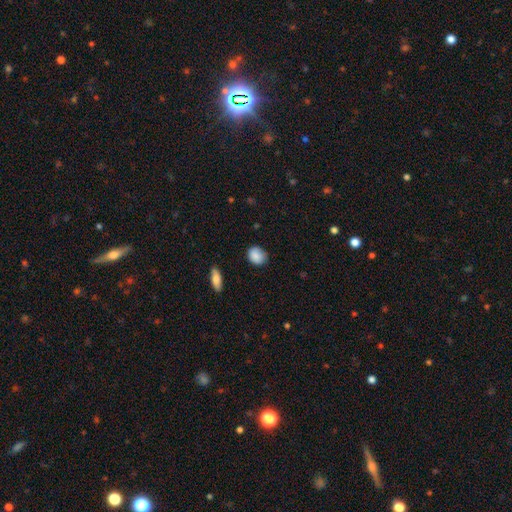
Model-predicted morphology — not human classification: Smooth or featured? smooth (88%)
How rounded? round (60%)
Merging? none (76%)